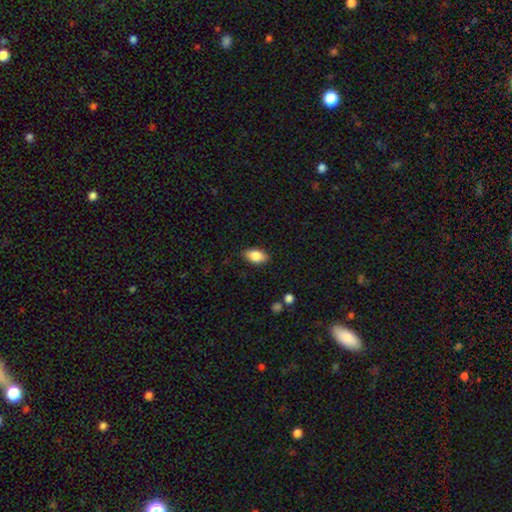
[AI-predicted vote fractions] Smooth or featured?
  - smooth: 84% *
  - featured or disk: 8%
  - star or artifact: 7%
How rounded?
  - in between: 90% *
  - round: 7%
  - cigar-shaped: 3%
Merging?
  - none: 86% *
  - minor disturbance: 10%
  - major disturbance: 2%
  - merger: 1%